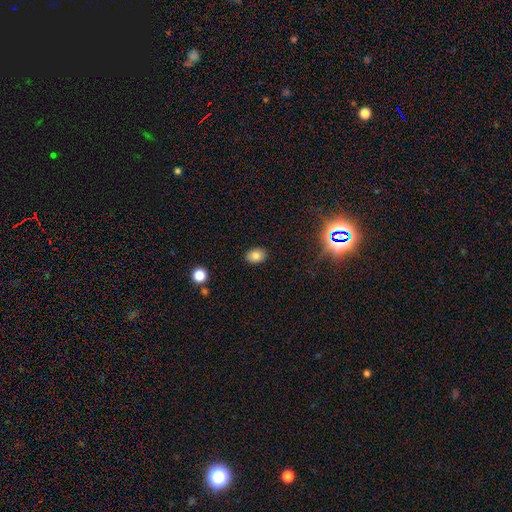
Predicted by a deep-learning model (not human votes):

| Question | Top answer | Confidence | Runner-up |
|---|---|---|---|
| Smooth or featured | smooth | 81% | star or artifact (11%) |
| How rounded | in between | 73% | round (25%) |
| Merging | none | 87% | minor disturbance (9%) |